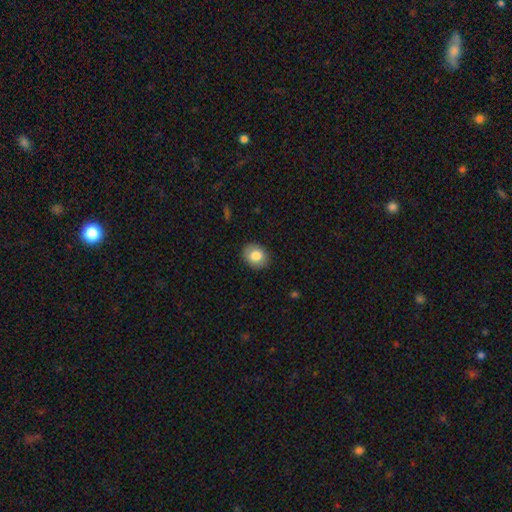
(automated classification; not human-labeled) Morphology: type=smooth (81%); roundness=round (54%); merging=none (89%).